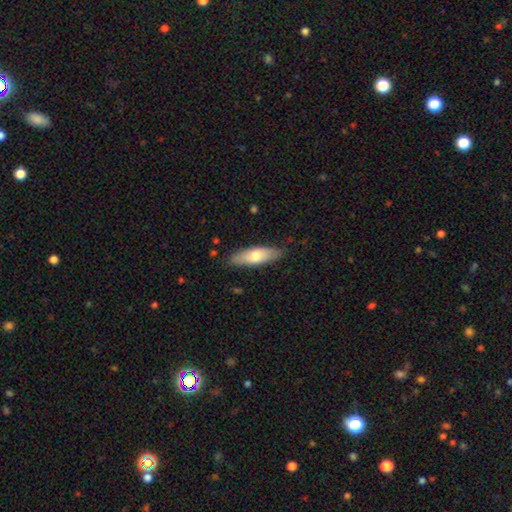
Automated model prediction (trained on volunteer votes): Overall: smooth (67%; featured or disk 28%). How rounded: in between (57%; cigar-shaped 41%). Merging: none (85%).